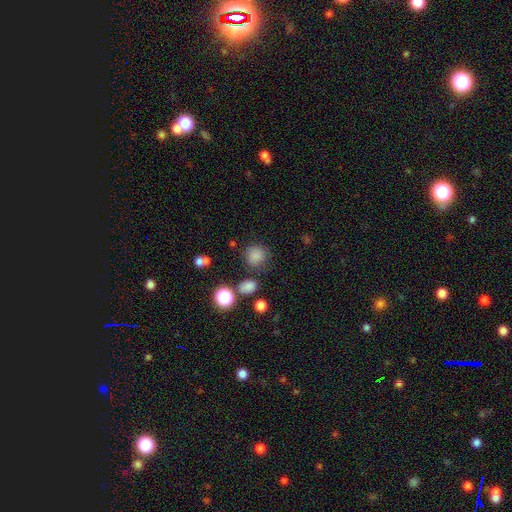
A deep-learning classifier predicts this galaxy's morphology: Q: Smooth or featured?
A: smooth (80%); runner-up: star or artifact (14%)
Q: How rounded?
A: round (85%); runner-up: in between (14%)
Q: Merging?
A: none (75%); runner-up: minor disturbance (14%)